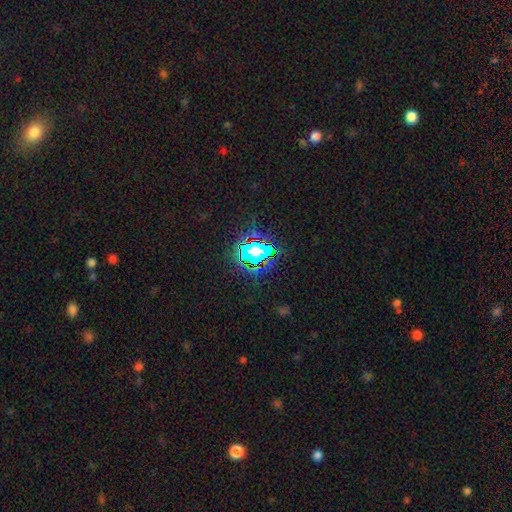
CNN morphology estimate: Smooth or featured?
  - star or artifact: 79% *
  - smooth: 13%
  - featured or disk: 7%